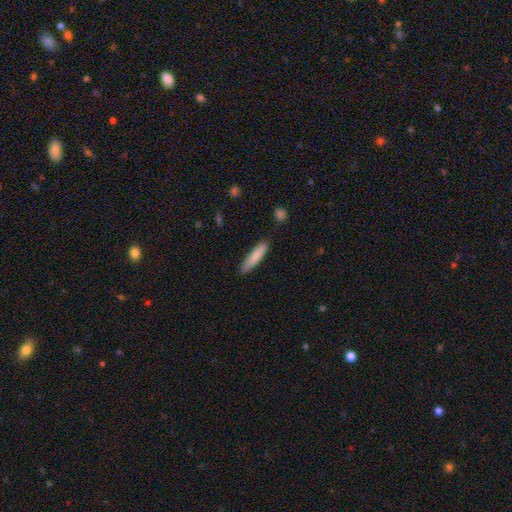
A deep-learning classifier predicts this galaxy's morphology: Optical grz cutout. It shows a smooth galaxy with no disk features (83%) that is cigar-shaped (83%). Merging: none (82%).